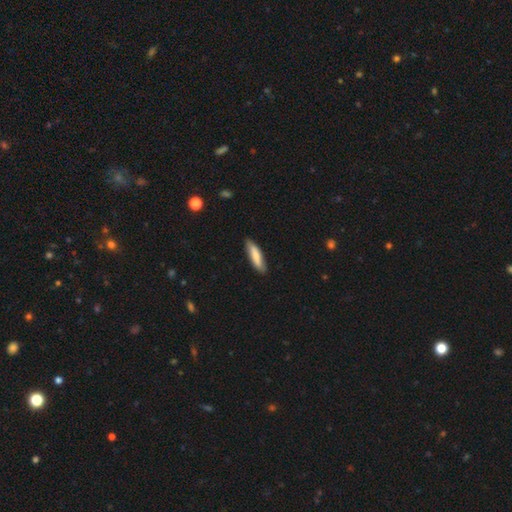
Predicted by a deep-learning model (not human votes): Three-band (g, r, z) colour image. It shows a smooth galaxy with no disk features (78%) that is cigar-shaped (71%). Merging: none (85%).